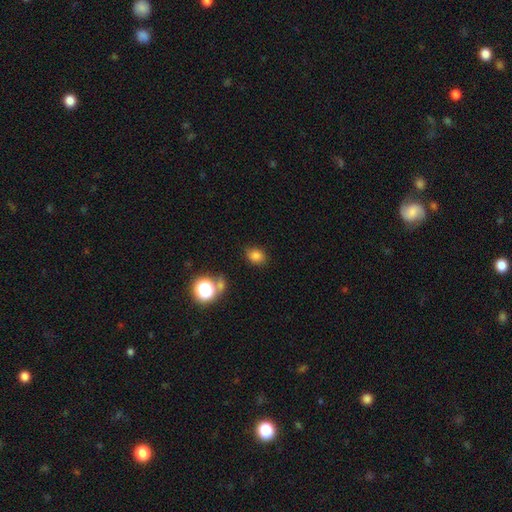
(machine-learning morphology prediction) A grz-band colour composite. It shows a smooth galaxy with no disk features (79%) that is in between round and cigar-shaped (58%). Merging: none (79%).